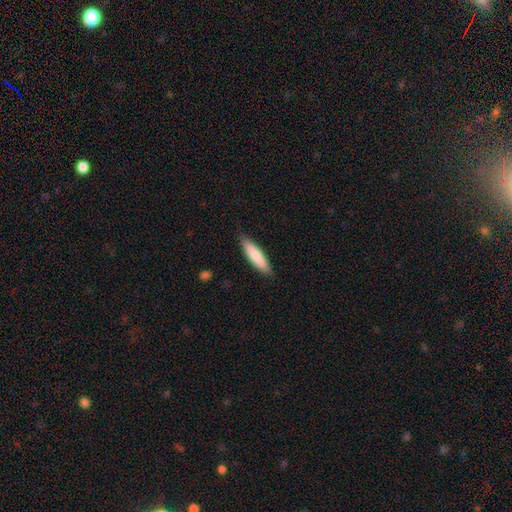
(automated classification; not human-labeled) This appears to be a smooth galaxy with no disk features (80%) that is cigar-shaped (72%). Merging: none (85%).